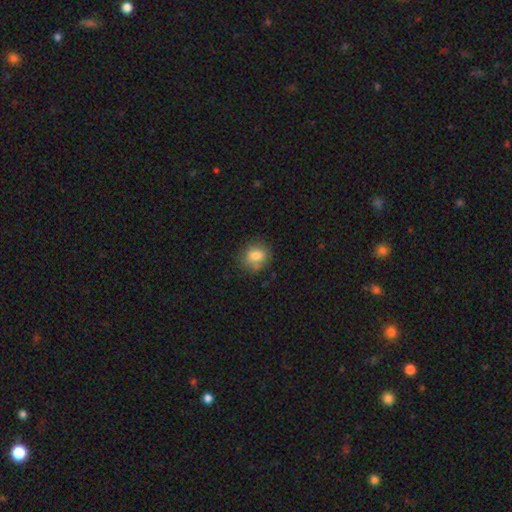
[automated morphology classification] Smooth or featured: smooth — 80% (featured or disk — 10%)
How rounded: round — 64% (in between — 35%)
Merging: none — 75% (minor disturbance — 18%)